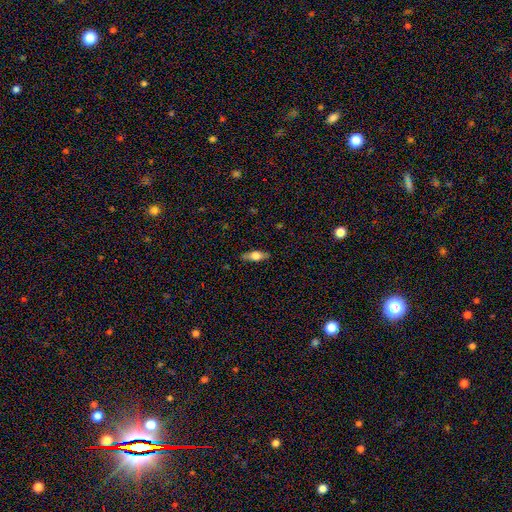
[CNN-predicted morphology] Smooth or featured? Predicted: smooth (p=0.57). How rounded? Predicted: in between (p=0.64). Merging? Predicted: none (p=0.83).